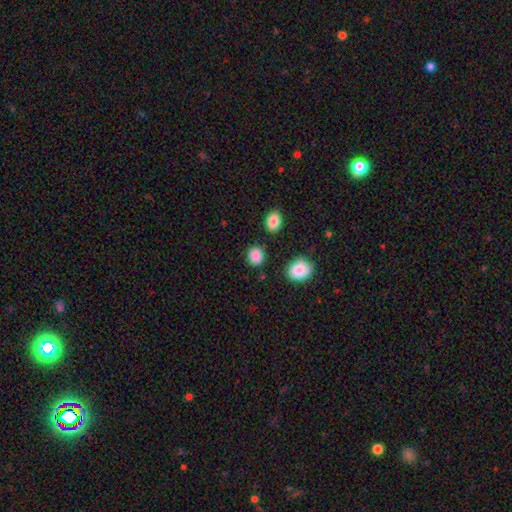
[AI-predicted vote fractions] The model was most divided on "how rounded": round: 74%, in between: 25%, cigar-shaped: 1%. More confident: smooth or featured — smooth (87%); merging — none (85%).